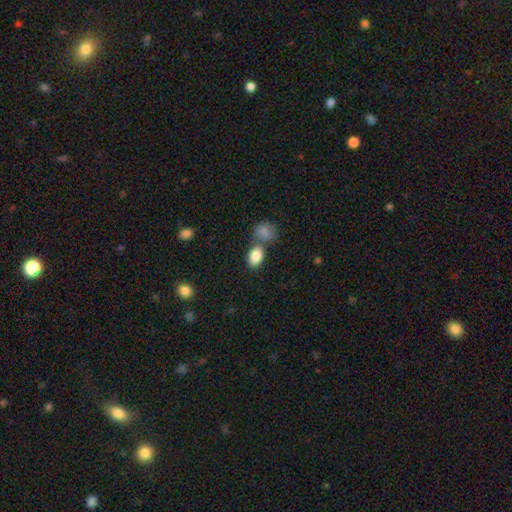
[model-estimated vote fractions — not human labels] This appears to be a smooth galaxy with no disk features (85%) that is in between round and cigar-shaped (84%). Merging: none (48%).